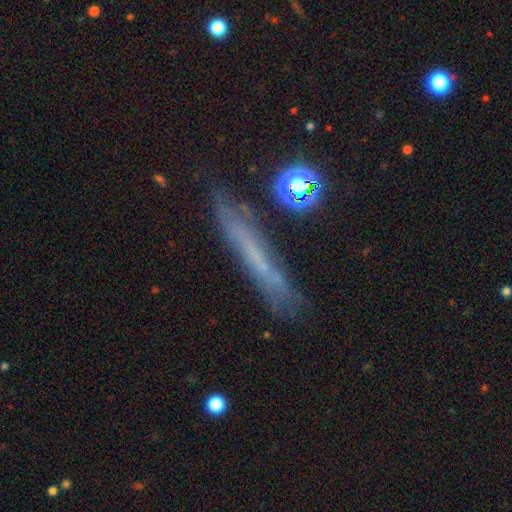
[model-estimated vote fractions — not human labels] Smooth or featured? Predicted: featured or disk (p=0.43, tied with smooth). Merging? Predicted: none (p=0.70).